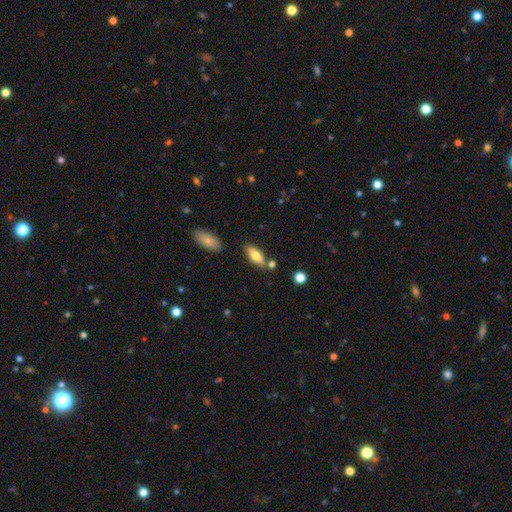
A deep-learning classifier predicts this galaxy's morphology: smooth_or_featured: smooth (p=0.72) [alt: featured or disk p=0.22]
how_rounded: in between (p=0.66) [alt: cigar-shaped p=0.31]
merging: none (p=0.74) [alt: minor disturbance p=0.12]